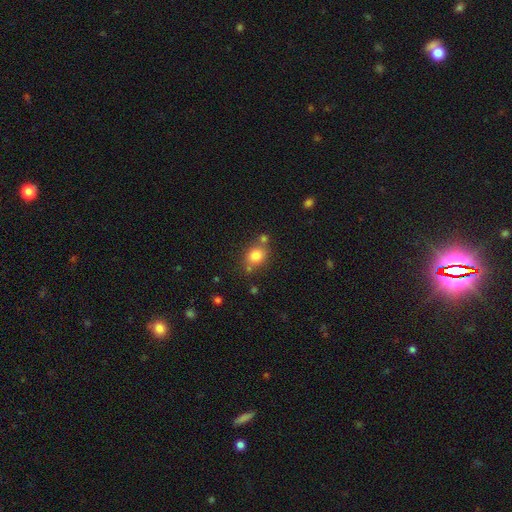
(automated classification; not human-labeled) Overall: smooth (81%). How rounded: round (54%; in between 45%). Merging: none (66%).